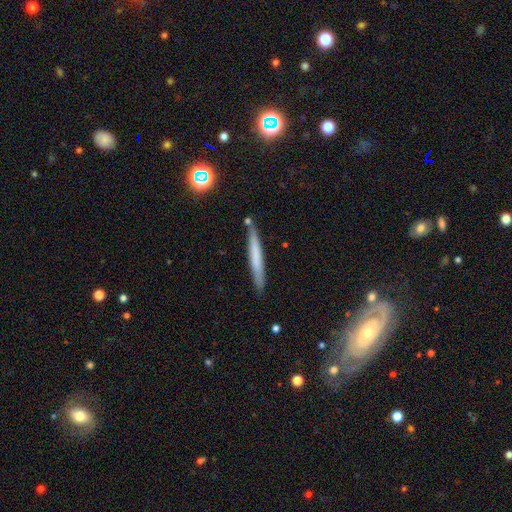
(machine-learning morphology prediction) This is likely a smooth galaxy (61%). How rounded: clearly cigar-shaped (96%). Merging: clearly none (87%).